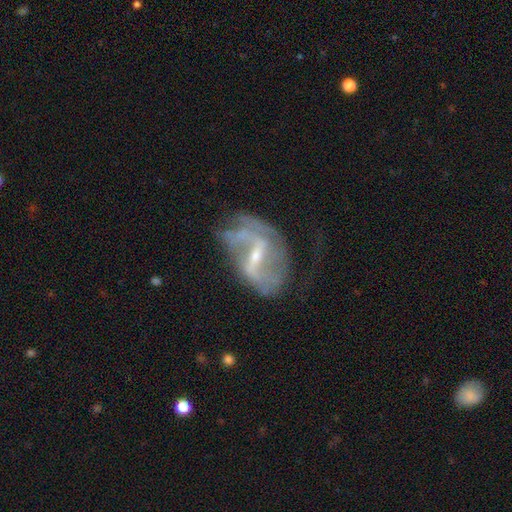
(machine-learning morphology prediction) type=featured or disk (81%); edge-on=no (95%); bar=strong (48%); spiral arms=yes (77%); winding=loose (50%); arm count=2 (65%); bulge=small (61%); merging=none (42%).